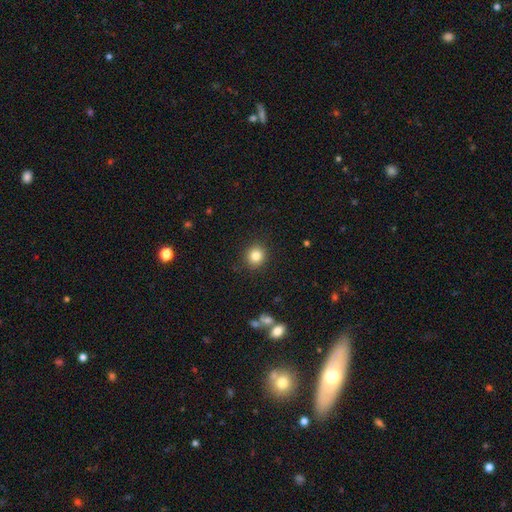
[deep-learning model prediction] Smooth or featured? smooth (83%)
How rounded? round (88%)
Merging? none (90%)